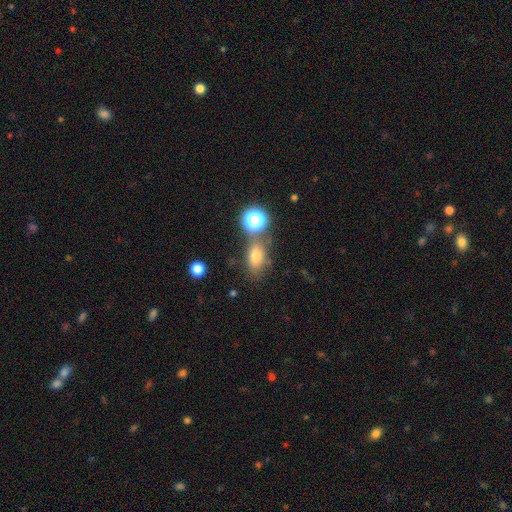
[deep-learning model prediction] Smooth or featured?
  - smooth: 72% *
  - star or artifact: 17%
  - featured or disk: 11%
How rounded?
  - in between: 77% *
  - round: 19%
  - cigar-shaped: 4%
Merging?
  - none: 66% *
  - merger: 15%
  - minor disturbance: 14%
  - major disturbance: 5%